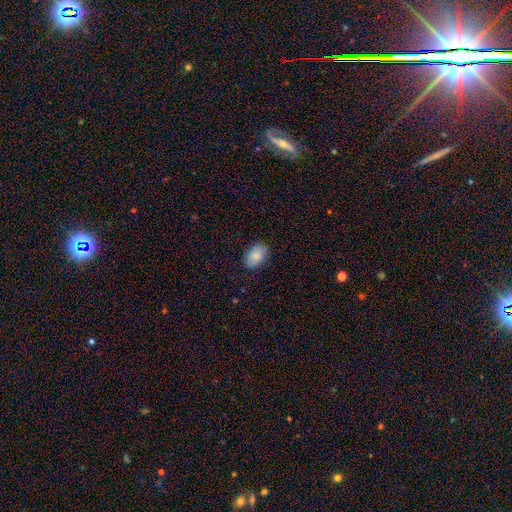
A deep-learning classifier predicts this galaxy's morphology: Smooth or featured? smooth (84%)
How rounded? in between (87%)
Merging? none (84%)